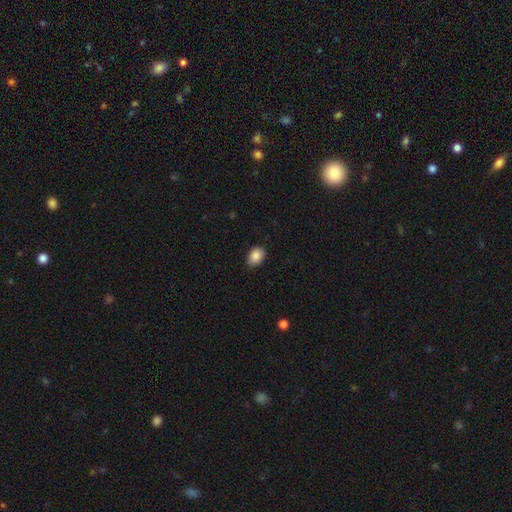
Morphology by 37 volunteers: Smooth or featured? smooth (89%)
How rounded? in between (70%)
Merging? none (81%)